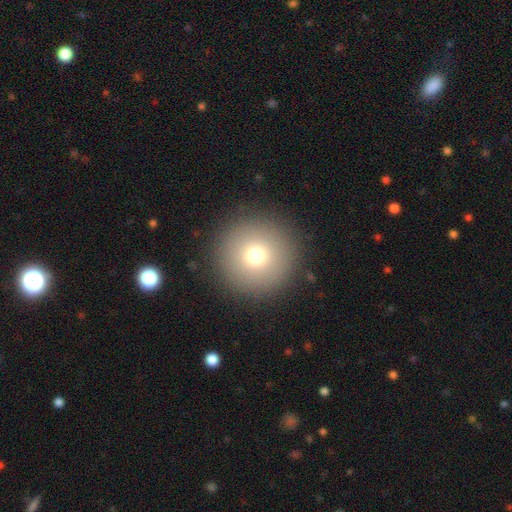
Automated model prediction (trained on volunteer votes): smooth_or_featured: smooth (p=0.73) [alt: star or artifact p=0.14]
how_rounded: round (p=0.97) [alt: in between p=0.02]
merging: none (p=0.91) [alt: minor disturbance p=0.05]